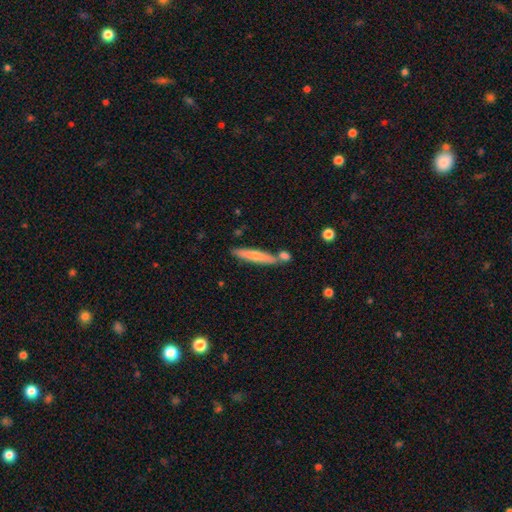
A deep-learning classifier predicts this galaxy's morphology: smooth 65%, featured or disk 30%, star or artifact 6%. Down the decision tree: how rounded — cigar-shaped (91%); merging — none (71%).